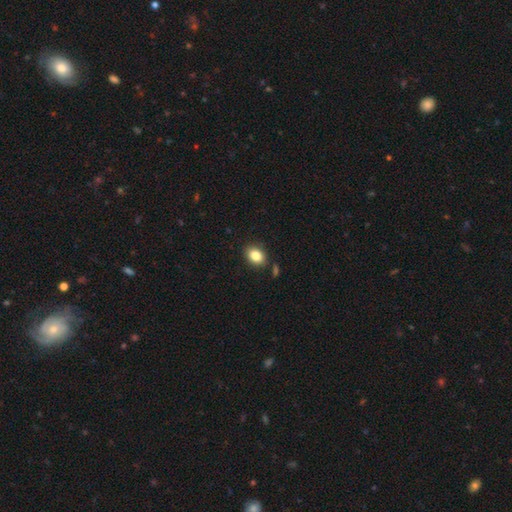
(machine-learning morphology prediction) This is clearly a smooth galaxy (85%). How rounded: likely in between (71%). Merging: clearly none (84%).